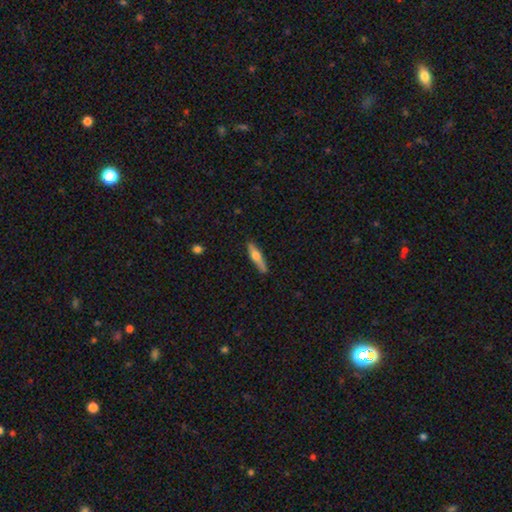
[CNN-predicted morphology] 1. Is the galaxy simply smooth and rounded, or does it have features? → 50% smooth, 45% featured or disk, 6% star or artifact.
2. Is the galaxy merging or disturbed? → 86% none, 11% minor disturbance, 2% major disturbance, 2% merger.